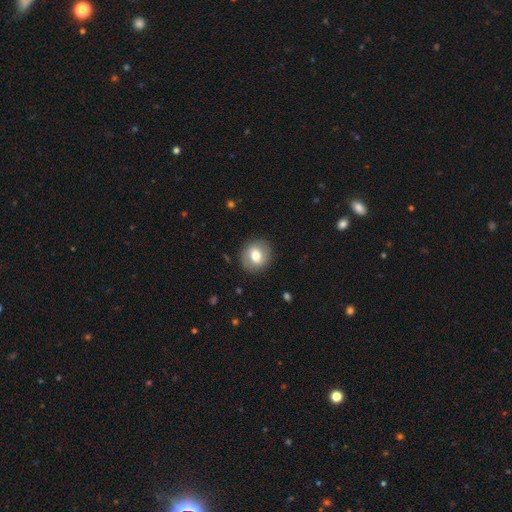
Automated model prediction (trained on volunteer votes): Smooth or featured: smooth — 69% (featured or disk — 22%)
How rounded: round — 79% (in between — 20%)
Merging: none — 87% (minor disturbance — 9%)